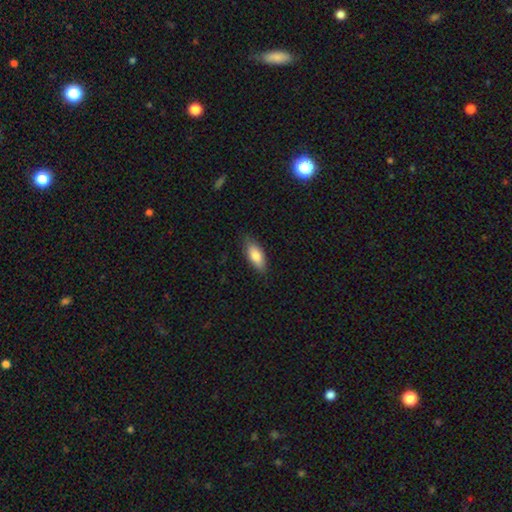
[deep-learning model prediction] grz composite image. It shows a smooth galaxy with no disk features (81%) that is in between round and cigar-shaped (80%). Merging: none (83%).